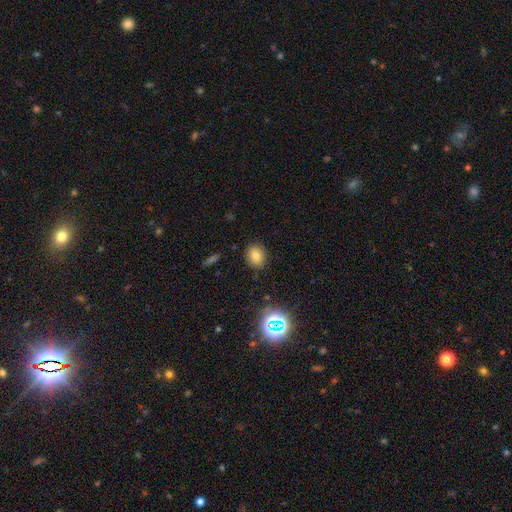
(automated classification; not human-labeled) Q: Smooth or featured?
A: smooth (76%); runner-up: star or artifact (16%)
Q: How rounded?
A: round (57%); runner-up: in between (42%)
Q: Merging?
A: none (86%); runner-up: minor disturbance (10%)